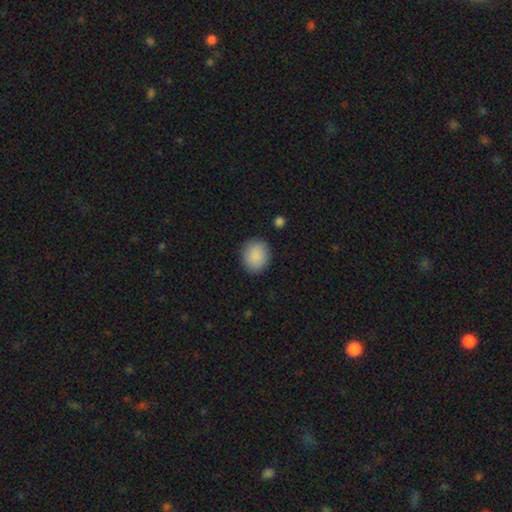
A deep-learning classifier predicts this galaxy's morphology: smooth 89%, star or artifact 7%, featured or disk 4%. Down the decision tree: how rounded — round (65%); merging — none (87%).